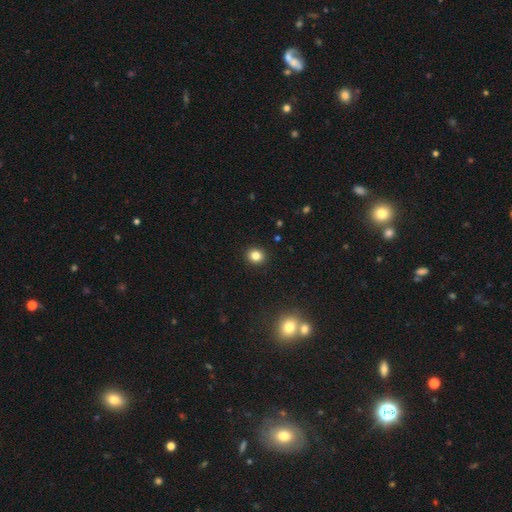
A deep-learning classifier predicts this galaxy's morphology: Smooth or featured: smooth — 83% (star or artifact — 12%)
How rounded: round — 82% (in between — 17%)
Merging: none — 92% (minor disturbance — 5%)